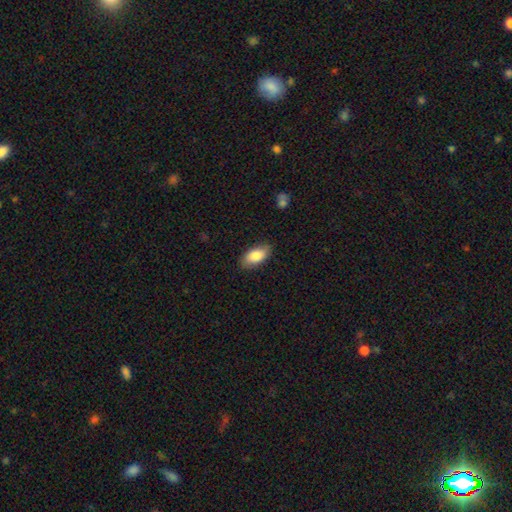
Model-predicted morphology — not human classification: A smooth galaxy with no disk features (85%) that is in between round and cigar-shaped (92%). Merging: none (86%).